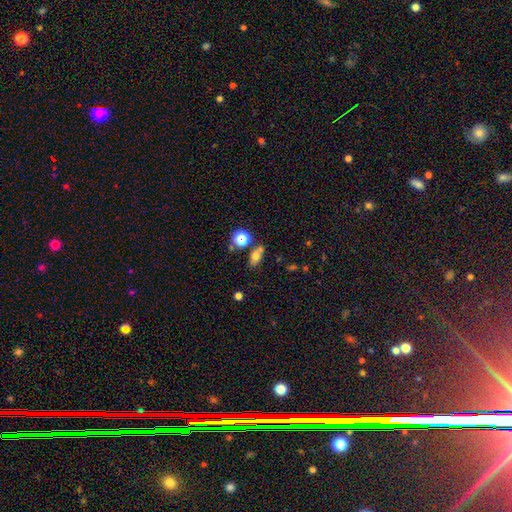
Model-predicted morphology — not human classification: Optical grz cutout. It shows a smooth galaxy with no disk features (70%) that is in between round and cigar-shaped (75%). Merging: none (67%).